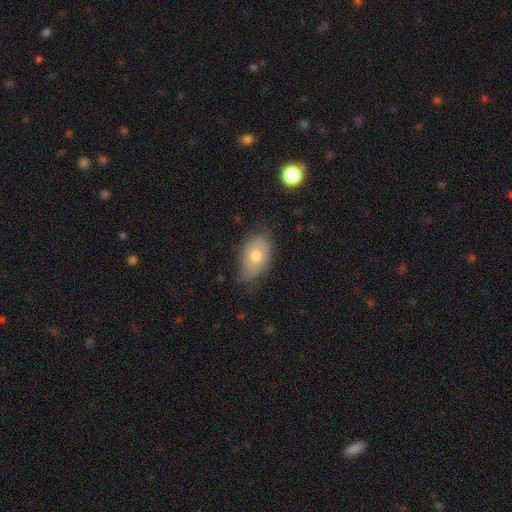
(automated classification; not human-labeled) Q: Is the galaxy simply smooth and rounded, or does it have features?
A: smooth — 50%.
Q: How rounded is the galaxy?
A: in between — 85%.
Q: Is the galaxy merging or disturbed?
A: none — 55%.